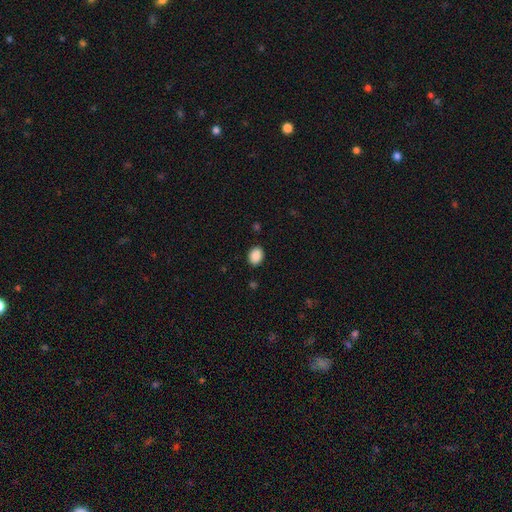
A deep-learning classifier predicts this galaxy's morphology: type=smooth (90%); roundness=in between (67%); merging=none (89%).